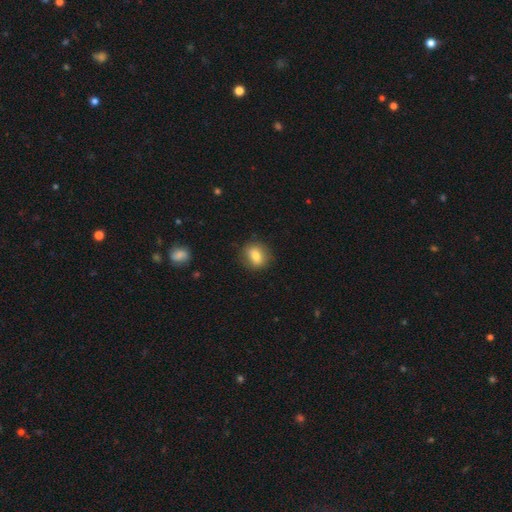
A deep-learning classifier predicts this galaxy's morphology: A smooth galaxy with no disk features (78%) that is round (59%). Merging: none (83%).